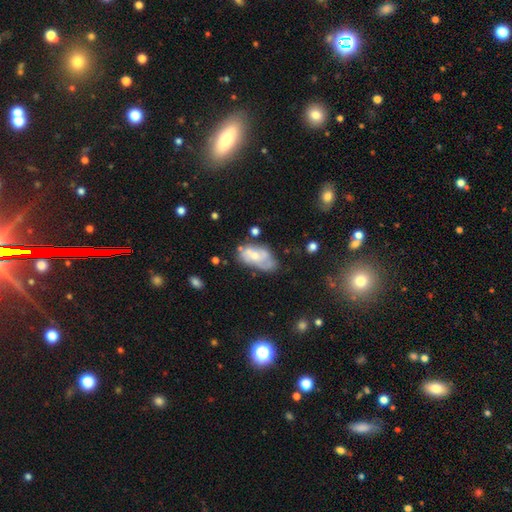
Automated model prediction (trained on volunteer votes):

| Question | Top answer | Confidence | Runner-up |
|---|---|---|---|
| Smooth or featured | featured or disk | 54% | smooth (39%) |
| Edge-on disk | no | 94% | yes (6%) |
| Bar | no | 75% | weak (21%) |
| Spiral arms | no | 54% | yes (46%) |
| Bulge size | moderate | 46% | small (45%) |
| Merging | none | 41% | minor disturbance (30%) |